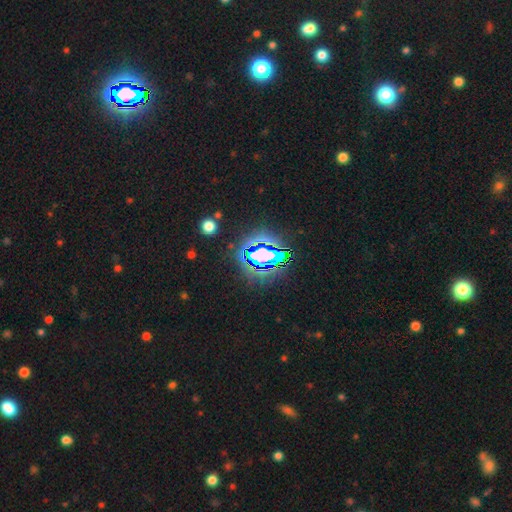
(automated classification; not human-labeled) This is clearly a star or artifact rather than a galaxy (80%).